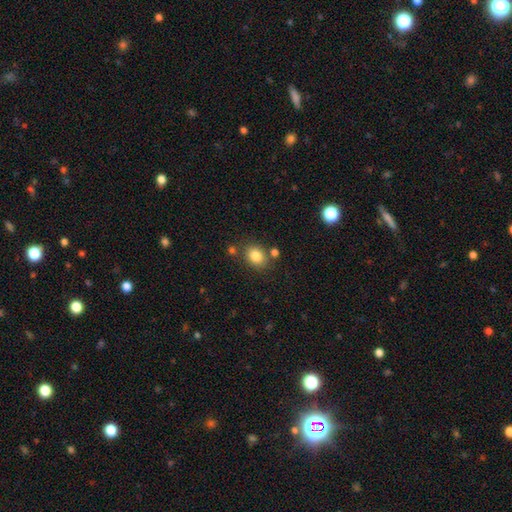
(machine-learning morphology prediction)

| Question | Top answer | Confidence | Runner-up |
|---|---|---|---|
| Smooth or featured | smooth | 83% | star or artifact (10%) |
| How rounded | in between | 53% | round (46%) |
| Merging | none | 76% | minor disturbance (12%) |